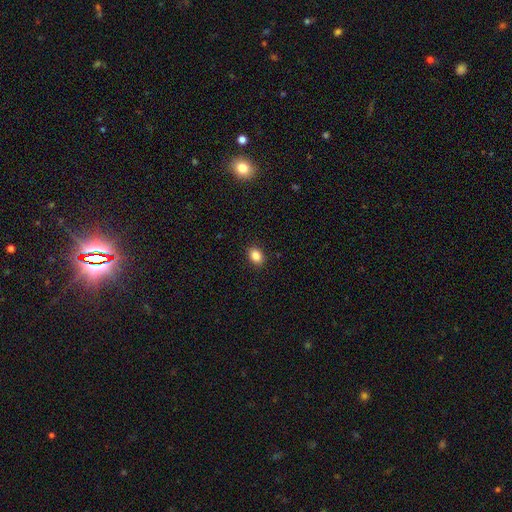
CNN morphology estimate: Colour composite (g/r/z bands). It shows a smooth galaxy with no disk features (86%) that is in between round and cigar-shaped (69%). Merging: none (90%).